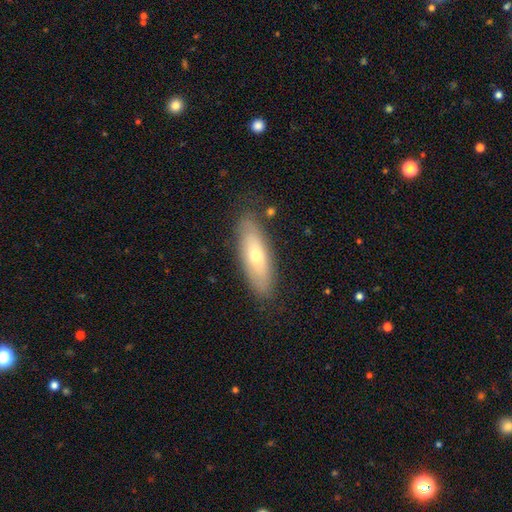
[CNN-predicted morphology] type=smooth (55%); roundness=in between (54%); merging=none (82%).